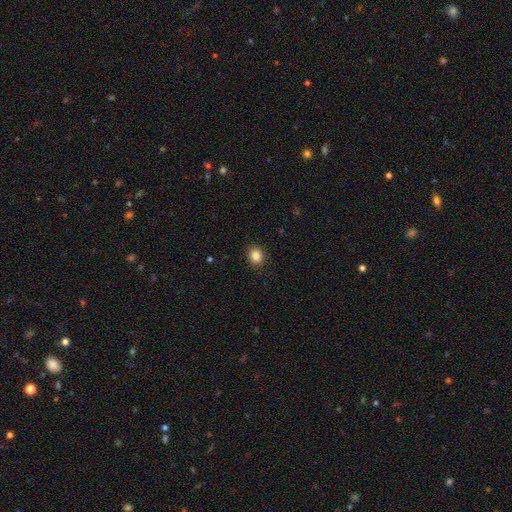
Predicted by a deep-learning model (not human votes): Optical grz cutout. It shows a smooth galaxy with no disk features (86%) that is round (55%). Merging: none (89%).